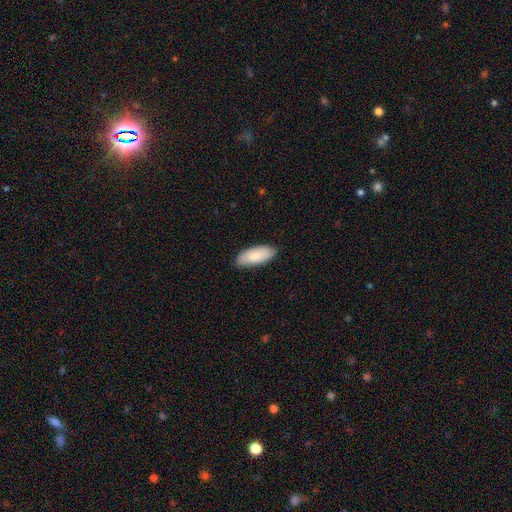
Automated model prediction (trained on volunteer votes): Smooth or featured? smooth (85%)
How rounded? in between (85%)
Merging? none (86%)